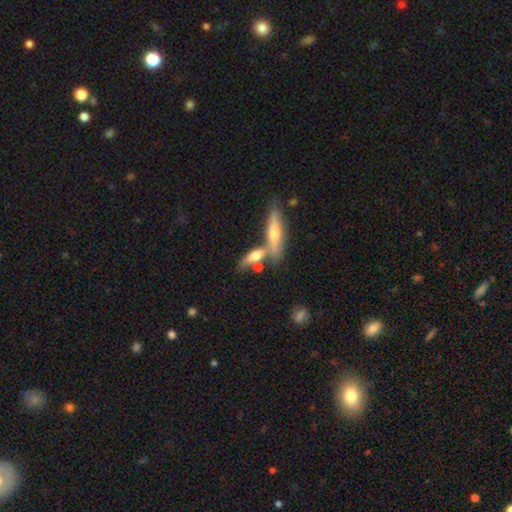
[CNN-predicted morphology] A smooth galaxy with no disk features (52%) that is cigar-shaped (52%).

Vote fractions:
- Smooth or featured? smooth: 52% / featured or disk: 41% / star or artifact: 7%
- How rounded? cigar-shaped: 52% / in between: 44% / round: 4%
- Merging? merger: 43% / none: 42% / minor disturbance: 11% / major disturbance: 4%